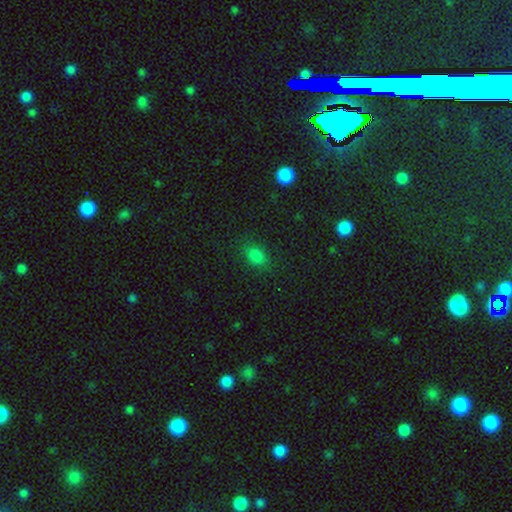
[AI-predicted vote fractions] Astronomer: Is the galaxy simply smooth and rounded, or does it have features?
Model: smooth — 80%.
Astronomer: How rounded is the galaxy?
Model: in between — 77%.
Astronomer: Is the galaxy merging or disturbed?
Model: none — 82%.